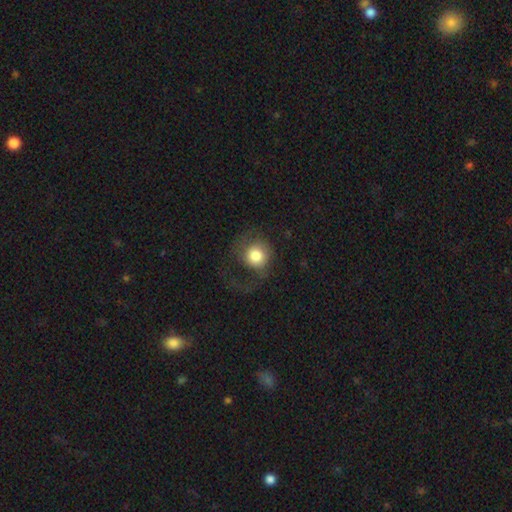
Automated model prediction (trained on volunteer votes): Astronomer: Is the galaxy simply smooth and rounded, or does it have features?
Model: smooth — 74%.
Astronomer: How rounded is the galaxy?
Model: round — 87%.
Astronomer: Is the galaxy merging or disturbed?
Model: none — 44% (runner-up: major disturbance, 36%).